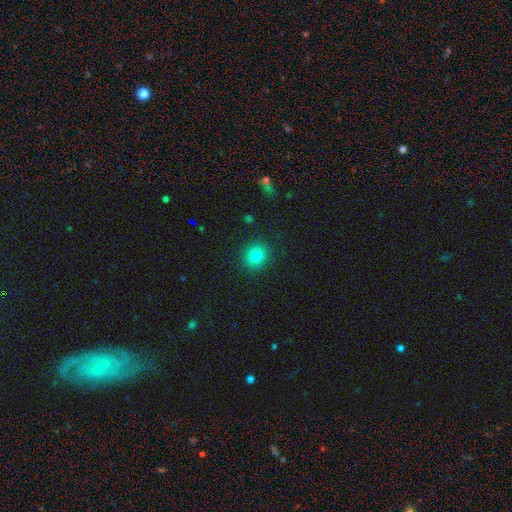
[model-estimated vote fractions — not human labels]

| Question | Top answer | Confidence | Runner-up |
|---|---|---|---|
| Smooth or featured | smooth | 81% | star or artifact (12%) |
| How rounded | round | 83% | in between (16%) |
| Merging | none | 90% | minor disturbance (7%) |